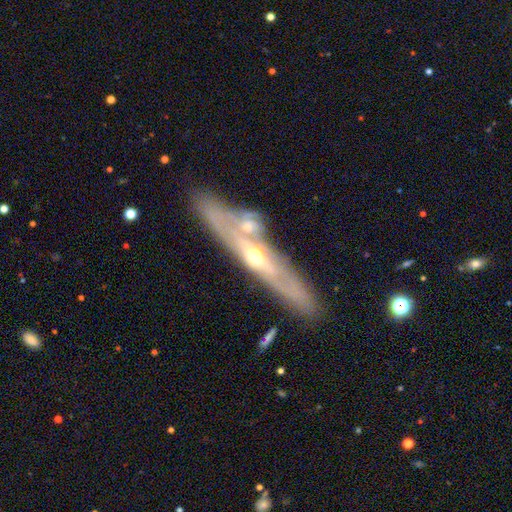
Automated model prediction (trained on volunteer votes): This is likely a featured or disk galaxy (74%). It is likely viewed edge-on (64%). Merging: possibly none (59%).